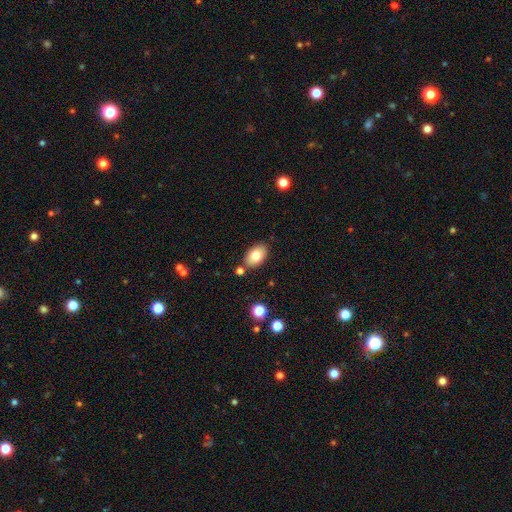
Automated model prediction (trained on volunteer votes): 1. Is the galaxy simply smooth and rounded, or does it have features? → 82% smooth, 11% featured or disk, 8% star or artifact.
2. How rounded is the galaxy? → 90% in between, 8% round, 1% cigar-shaped.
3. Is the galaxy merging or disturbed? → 82% none, 11% minor disturbance, 5% merger, 2% major disturbance.